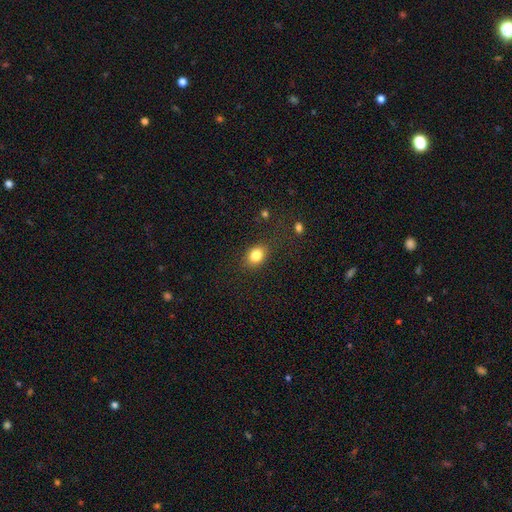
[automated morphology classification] smooth 83%, star or artifact 10%, featured or disk 7%. Down the decision tree: how rounded — in between (61%); merging — none (81%).